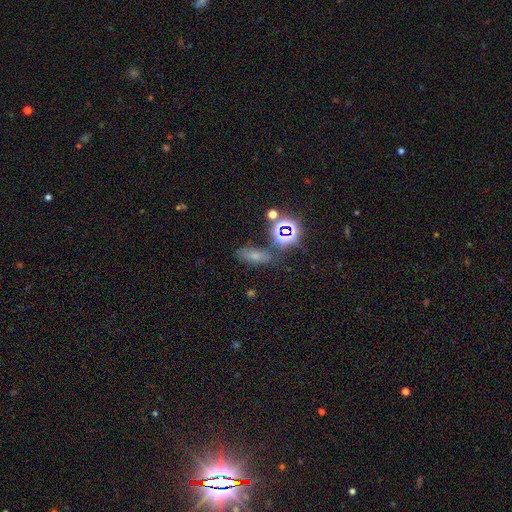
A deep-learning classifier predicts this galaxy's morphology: This is possibly a smooth galaxy (57%). How rounded: likely in between (66%). Merging: likely none (68%).